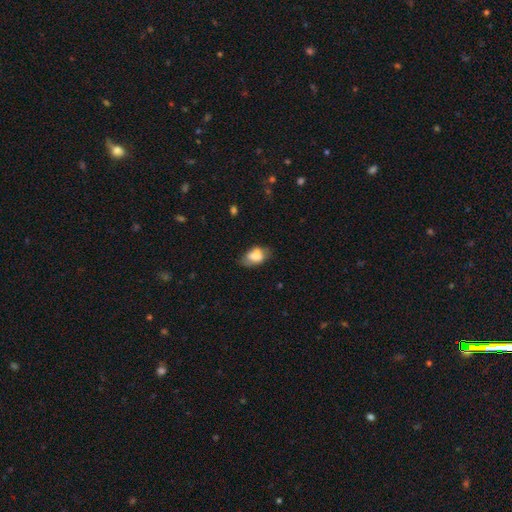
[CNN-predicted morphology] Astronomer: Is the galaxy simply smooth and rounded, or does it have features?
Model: smooth — 69%.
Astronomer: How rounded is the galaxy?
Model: in between — 88%.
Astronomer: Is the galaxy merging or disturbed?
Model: none — 49% (runner-up: minor disturbance, 29%).